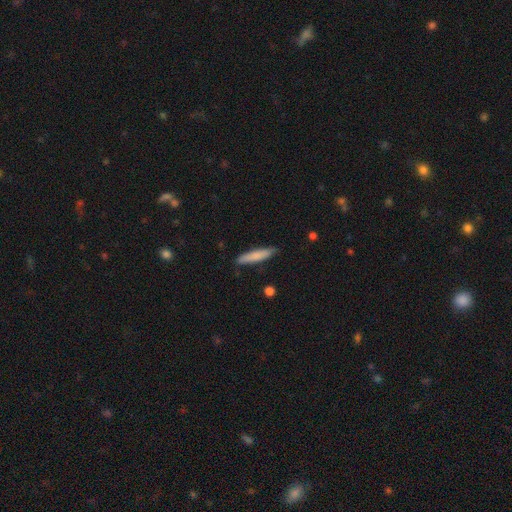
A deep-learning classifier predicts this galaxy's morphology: Smooth or featured? smooth (79%)
How rounded? cigar-shaped (88%)
Merging? none (84%)